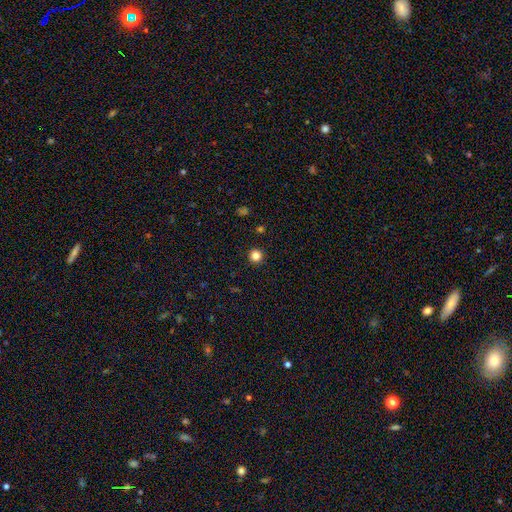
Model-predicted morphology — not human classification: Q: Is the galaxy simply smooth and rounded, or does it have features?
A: smooth — 83%.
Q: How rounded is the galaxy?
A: round — 96%.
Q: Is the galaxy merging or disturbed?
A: none — 93%.